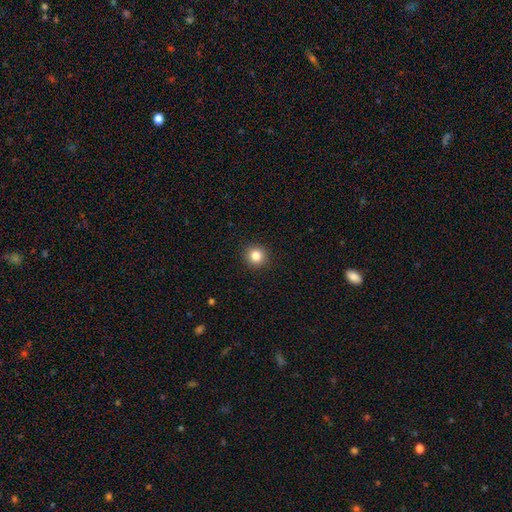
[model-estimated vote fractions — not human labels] Q: Smooth or featured?
A: smooth (83%); runner-up: star or artifact (11%)
Q: How rounded?
A: round (93%); runner-up: in between (6%)
Q: Merging?
A: none (92%); runner-up: minor disturbance (5%)